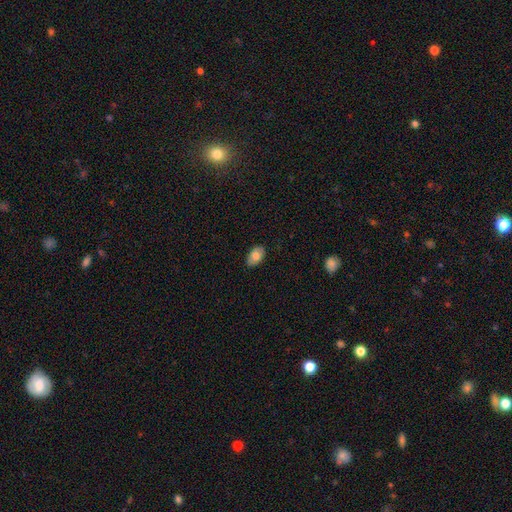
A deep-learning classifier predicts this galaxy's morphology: smooth_or_featured: smooth (p=0.74) [alt: featured or disk p=0.19]
how_rounded: in between (p=0.91) [alt: round p=0.07]
merging: none (p=0.85) [alt: minor disturbance p=0.12]